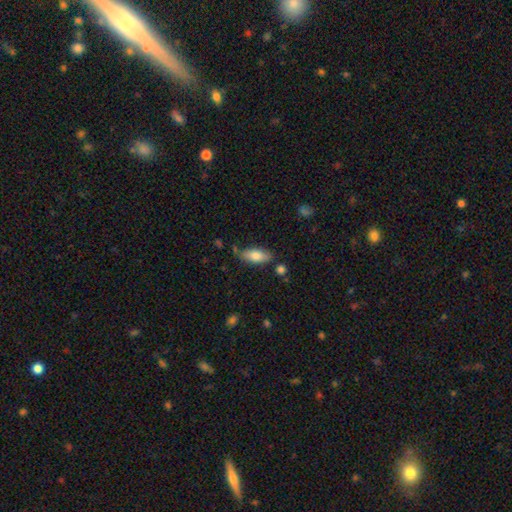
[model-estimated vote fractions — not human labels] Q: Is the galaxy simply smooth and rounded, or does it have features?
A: smooth — 76%.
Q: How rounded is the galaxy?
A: in between — 80%.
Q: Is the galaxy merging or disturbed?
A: none — 75%.